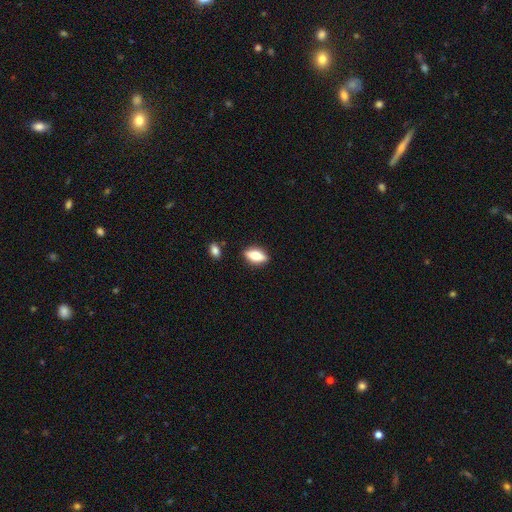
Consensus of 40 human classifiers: Morphology: type=smooth (55%); roundness=in between (95%); merging=none (89%).